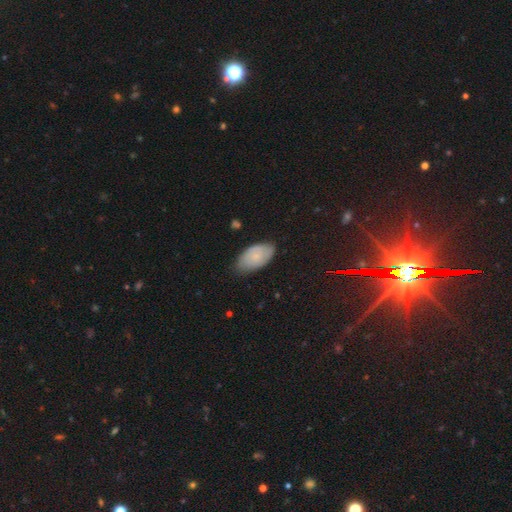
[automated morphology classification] Q: Smooth or featured?
A: smooth (74%); runner-up: featured or disk (18%)
Q: How rounded?
A: in between (95%); runner-up: round (3%)
Q: Merging?
A: none (70%); runner-up: minor disturbance (25%)